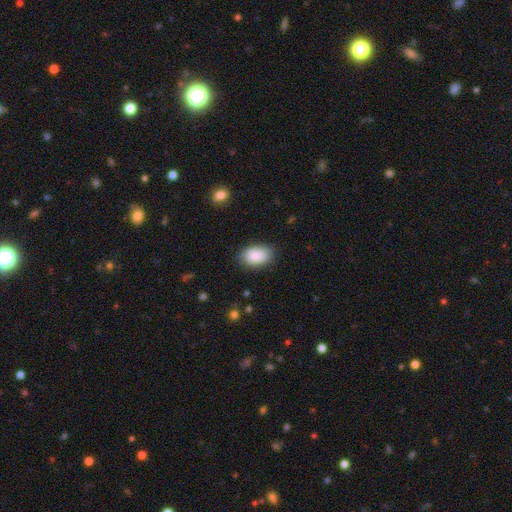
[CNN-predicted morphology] smooth_or_featured: smooth (p=0.89) [alt: star or artifact p=0.06]
how_rounded: in between (p=0.91) [alt: round p=0.08]
merging: none (p=0.84) [alt: minor disturbance p=0.12]